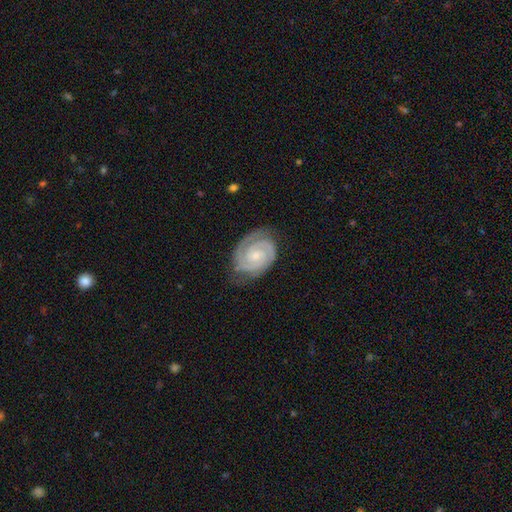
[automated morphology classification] The model was most divided on "bar": no: 66%, weak: 27%, strong: 7%. More confident: spiral arms — yes (99%); edge-on disk — no (98%); smooth or featured — featured or disk (92%); spiral arm count — 2 (88%); spiral winding — tight (79%); merging — none (79%); bulge size — small (66%).